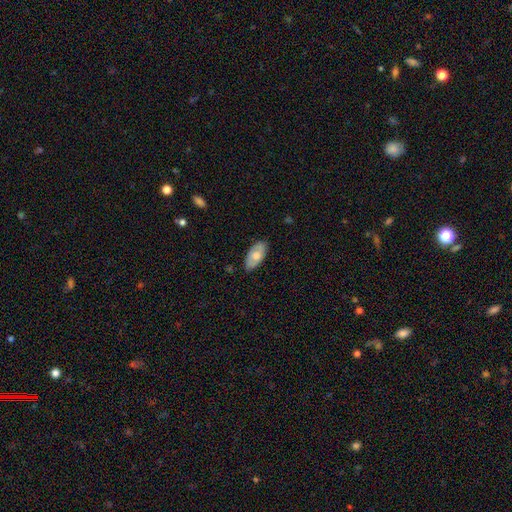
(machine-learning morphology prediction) A smooth galaxy with no disk features (67%) that is in between round and cigar-shaped (93%). Merging: none (81%).